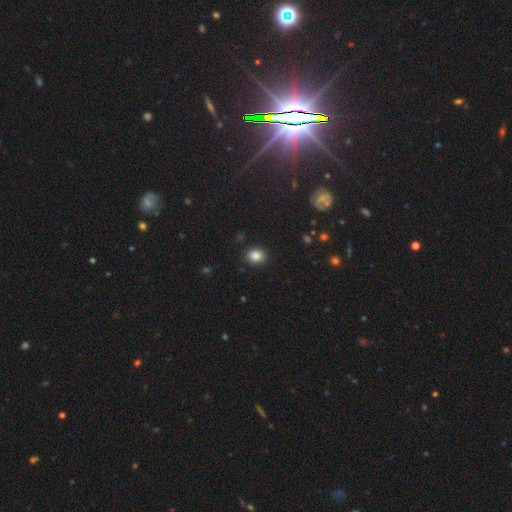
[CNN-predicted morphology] Smooth or featured? Predicted: smooth (p=0.85). How rounded? Predicted: round (p=0.58). Merging? Predicted: none (p=0.90).